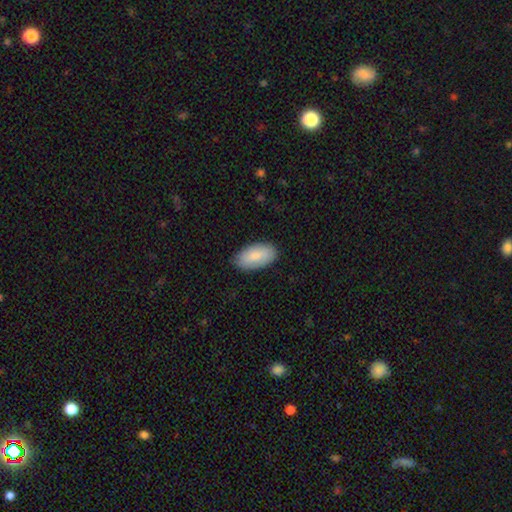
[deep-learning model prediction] Overall: smooth (86%). How rounded: in between (95%). Merging: none (85%).